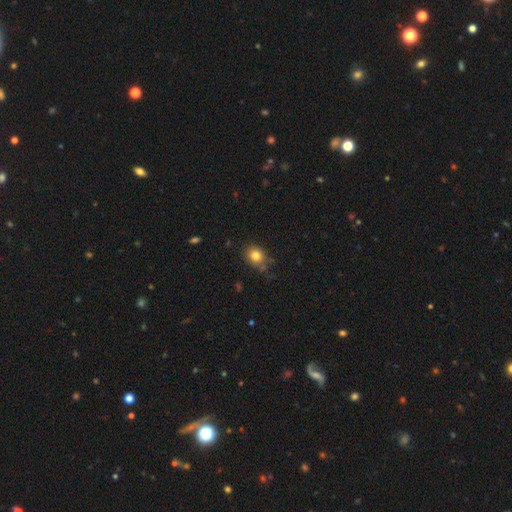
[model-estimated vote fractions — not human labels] smooth 80%, star or artifact 11%, featured or disk 9%. Down the decision tree: how rounded — round (57%); merging — none (74%).